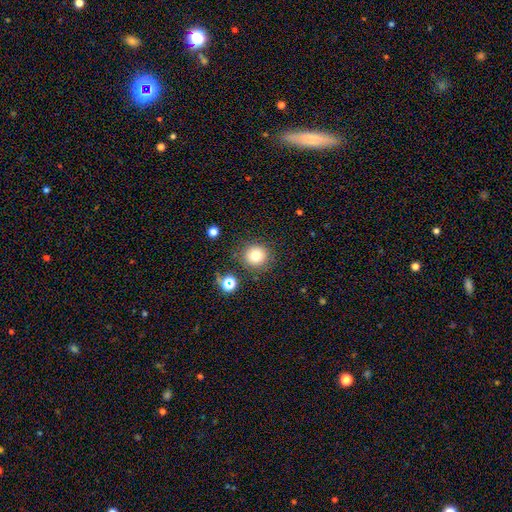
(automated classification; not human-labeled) Smooth or featured? smooth (76%)
How rounded? round (92%)
Merging? none (83%)